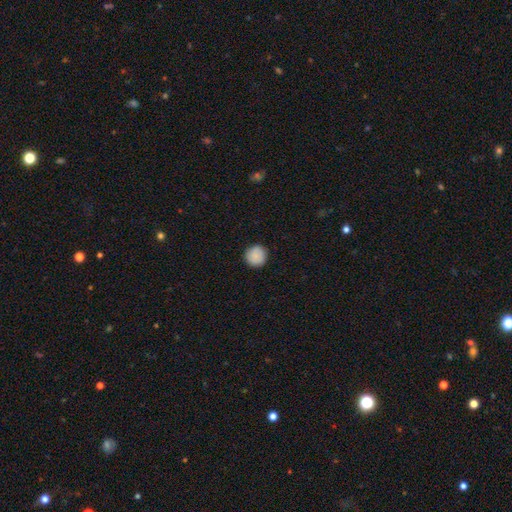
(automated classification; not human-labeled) smooth-or-featured: smooth: 89% | star or artifact: 8% | featured or disk: 4%
  how-rounded: round: 95% | in between: 4% | cigar-shaped: 1%
  merging: none: 91% | minor disturbance: 7% | major disturbance: 2% | merger: 1%